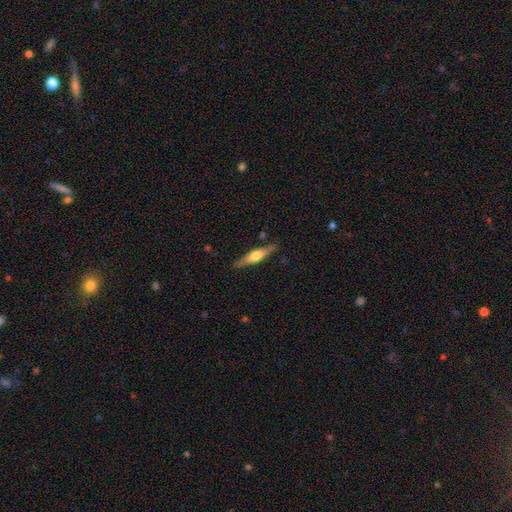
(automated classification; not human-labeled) Smooth or featured? Predicted: featured or disk (p=0.60). Edge-on disk? Predicted: yes (p=0.96). Edge-on bulge? Predicted: rounded (p=0.89). Merging? Predicted: none (p=0.87).